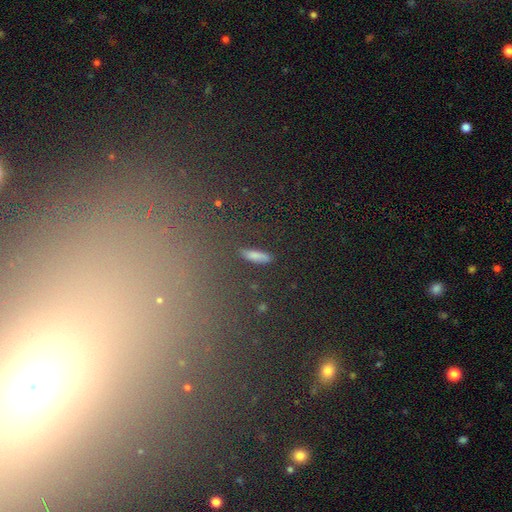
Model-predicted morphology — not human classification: smooth_or_featured: smooth (p=0.69) [alt: star or artifact p=0.18]
how_rounded: cigar-shaped (p=0.56) [alt: in between p=0.38]
merging: none (p=0.81) [alt: minor disturbance p=0.12]